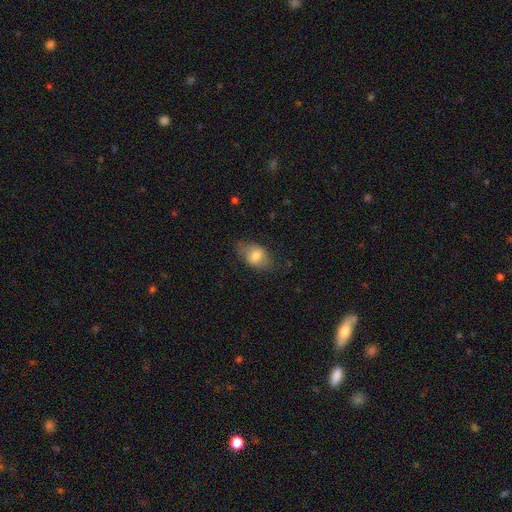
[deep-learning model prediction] Morphology: type=smooth (71%); roundness=in between (79%); merging=none (65%).